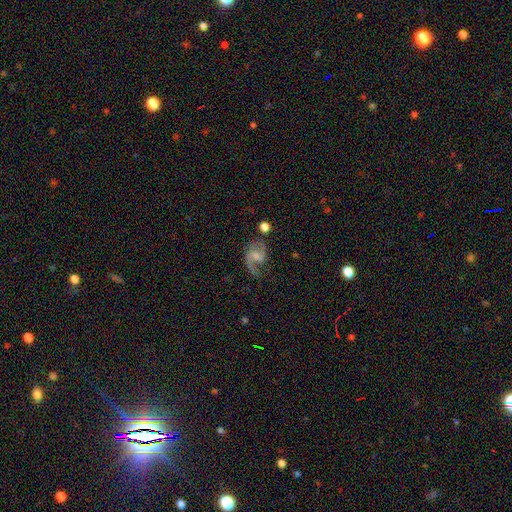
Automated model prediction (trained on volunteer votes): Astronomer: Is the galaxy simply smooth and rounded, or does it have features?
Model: featured or disk — 75%.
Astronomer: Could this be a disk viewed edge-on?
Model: no — 98%.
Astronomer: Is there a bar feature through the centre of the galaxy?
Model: weak — 50% (runner-up: no, 37%).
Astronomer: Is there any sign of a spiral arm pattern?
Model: yes — 92%.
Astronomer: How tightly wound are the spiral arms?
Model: loose — 44%, tied with medium at 44%.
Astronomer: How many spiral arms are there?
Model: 2 — 60%.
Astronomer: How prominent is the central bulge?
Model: small — 39% (runner-up: moderate, 34%).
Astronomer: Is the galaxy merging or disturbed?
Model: none — 48% (runner-up: major disturbance, 26%).